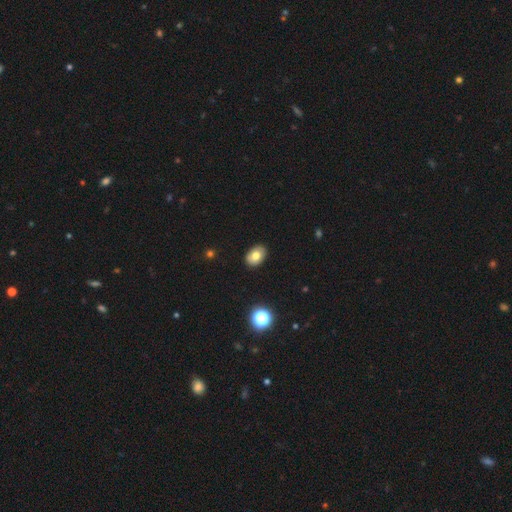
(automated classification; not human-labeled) Morphology: type=smooth (76%); roundness=in between (79%); merging=none (89%).